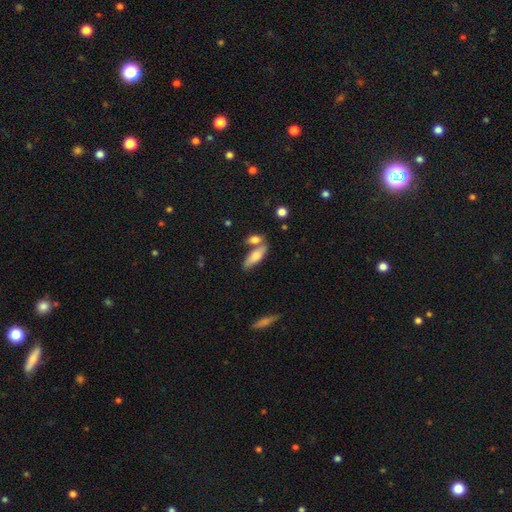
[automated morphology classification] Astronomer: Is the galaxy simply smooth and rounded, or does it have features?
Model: smooth — 73%.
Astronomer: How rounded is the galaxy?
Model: in between — 62%.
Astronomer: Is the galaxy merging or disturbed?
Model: none — 55% (runner-up: merger, 30%).